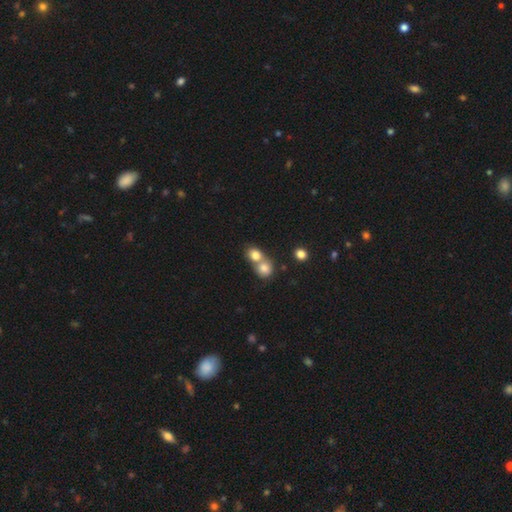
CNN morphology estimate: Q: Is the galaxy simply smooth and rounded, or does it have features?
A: smooth — 79%.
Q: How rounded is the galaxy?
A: round — 70%.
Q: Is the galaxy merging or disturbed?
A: merger — 62%.